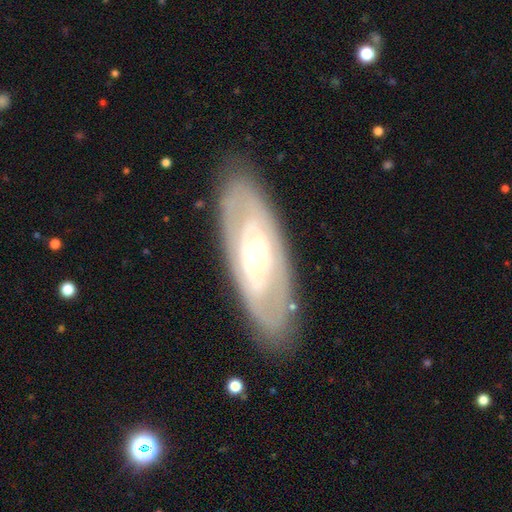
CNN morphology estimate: Smooth or featured? Predicted: featured or disk (p=0.73). Edge-on disk? Predicted: no (p=0.84). Bar? Predicted: no (p=0.47). Spiral arms? Predicted: yes (p=0.55). Bulge size? Predicted: small (p=0.48). Merging? Predicted: none (p=0.84).